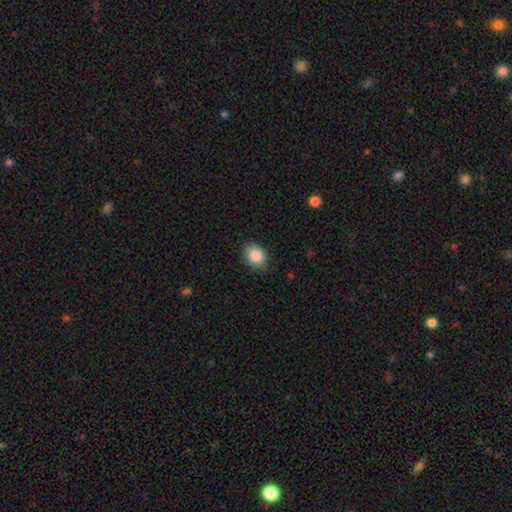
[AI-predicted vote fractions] Morphology: type=smooth (88%); roundness=round (51%); merging=none (82%).